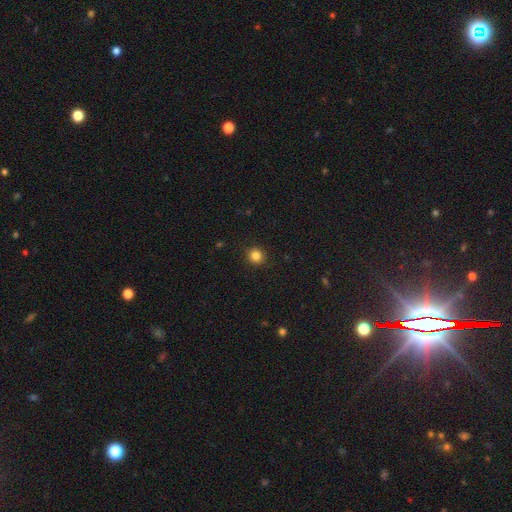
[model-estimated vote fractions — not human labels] Smooth or featured? Predicted: smooth (p=0.84). How rounded? Predicted: round (p=0.90). Merging? Predicted: none (p=0.91).